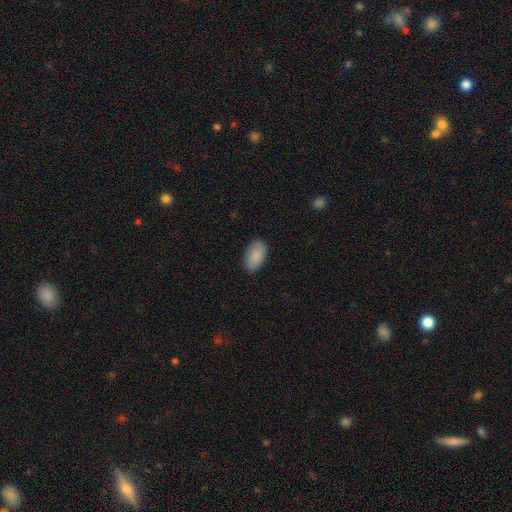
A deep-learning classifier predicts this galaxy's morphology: Smooth or featured? smooth (86%)
How rounded? in between (94%)
Merging? none (84%)